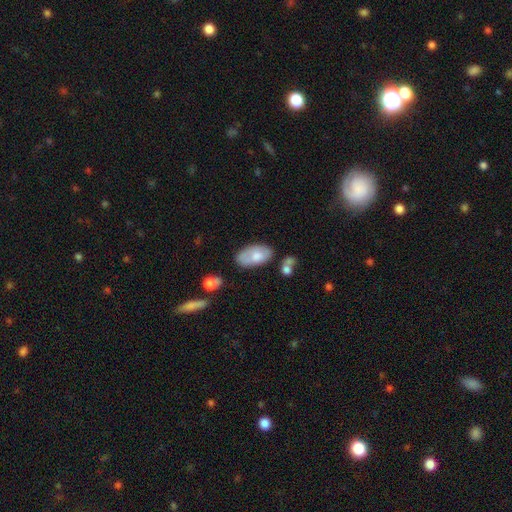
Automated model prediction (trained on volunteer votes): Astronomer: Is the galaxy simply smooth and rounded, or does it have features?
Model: smooth — 69%.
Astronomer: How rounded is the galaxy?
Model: in between — 94%.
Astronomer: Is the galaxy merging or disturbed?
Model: none — 58%.